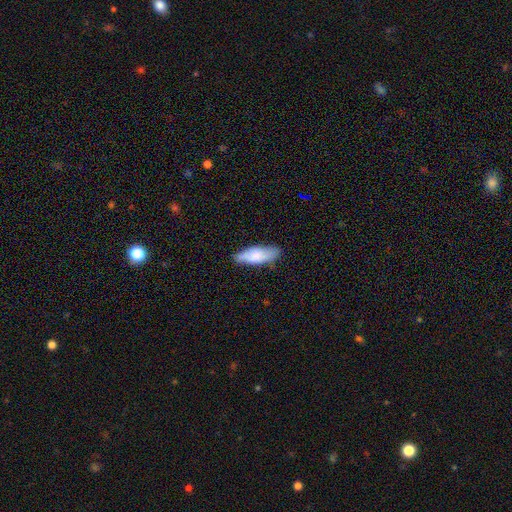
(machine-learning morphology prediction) A smooth galaxy with no disk features (78%) that is in between round and cigar-shaped (65%). Merging: none (75%).